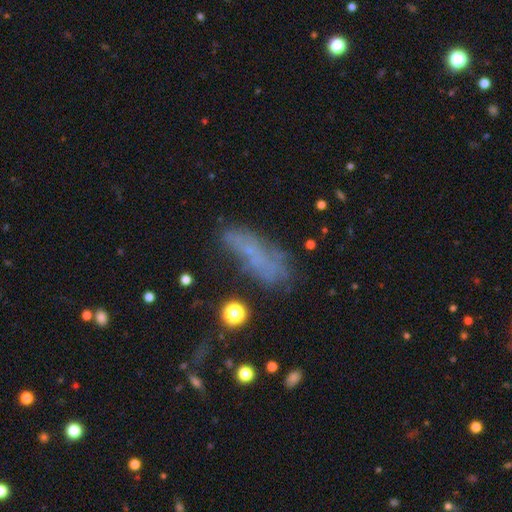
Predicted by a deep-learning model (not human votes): Smooth or featured?
  - smooth: 48% *
  - featured or disk: 33%
  - star or artifact: 19%
Merging?
  - none: 50% *
  - minor disturbance: 24%
  - major disturbance: 19%
  - merger: 7%